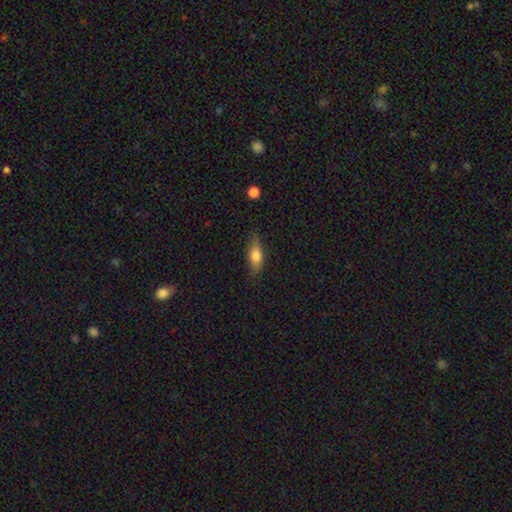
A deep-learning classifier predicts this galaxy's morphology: Overall: smooth (71%). How rounded: in between (67%; cigar-shaped 29%). Merging: none (78%).